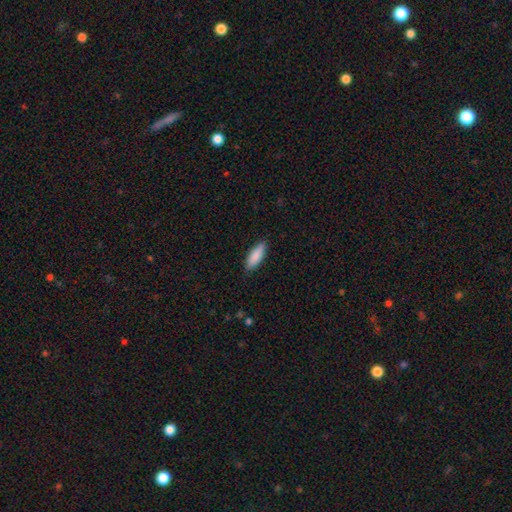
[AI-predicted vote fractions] Smooth or featured? smooth (88%)
How rounded? in between (60%)
Merging? none (86%)